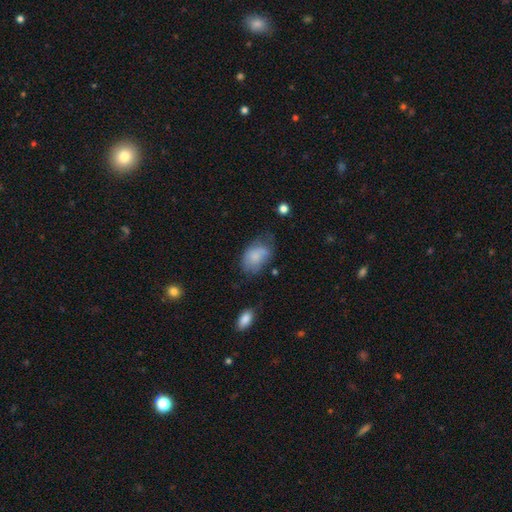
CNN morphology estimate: The model was most divided on "merging": none: 41%, minor disturbance: 35%, major disturbance: 18%, merger: 6%. More confident: how rounded — in between (87%); smooth or featured — smooth (75%).